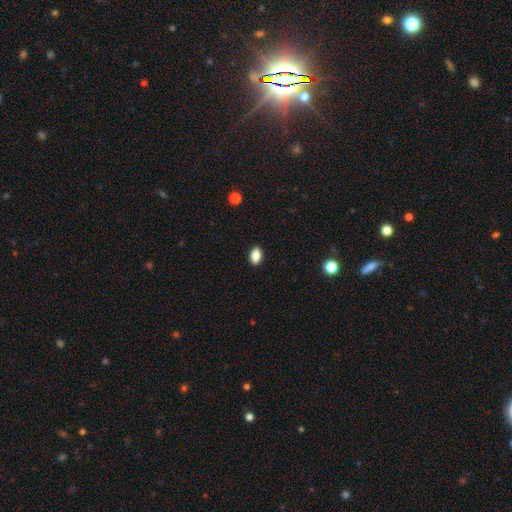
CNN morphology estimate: smooth_or_featured: smooth (p=0.87) [alt: star or artifact p=0.08]
how_rounded: in between (p=0.88) [alt: round p=0.10]
merging: none (p=0.90) [alt: minor disturbance p=0.07]